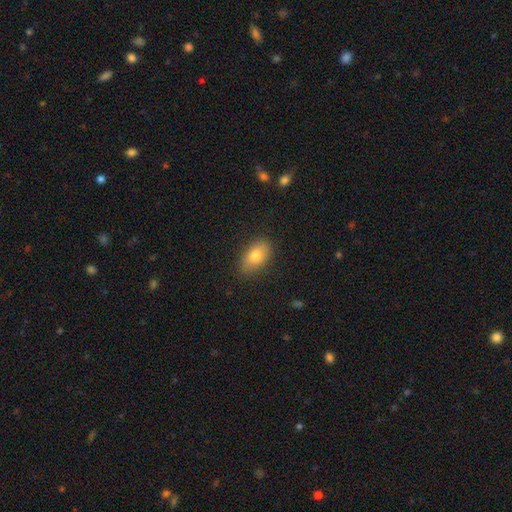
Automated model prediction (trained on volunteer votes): smooth-or-featured: smooth: 78% | featured or disk: 14% | star or artifact: 8%
  how-rounded: in between: 90% | round: 8% | cigar-shaped: 3%
  merging: none: 86% | minor disturbance: 11% | major disturbance: 3% | merger: 1%